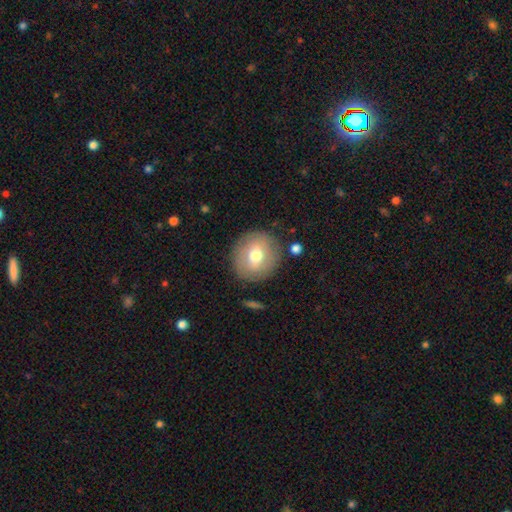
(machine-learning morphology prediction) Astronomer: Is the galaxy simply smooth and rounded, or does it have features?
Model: smooth — 64%.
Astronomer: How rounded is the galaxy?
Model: round — 87%.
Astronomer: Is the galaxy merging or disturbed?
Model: none — 84%.